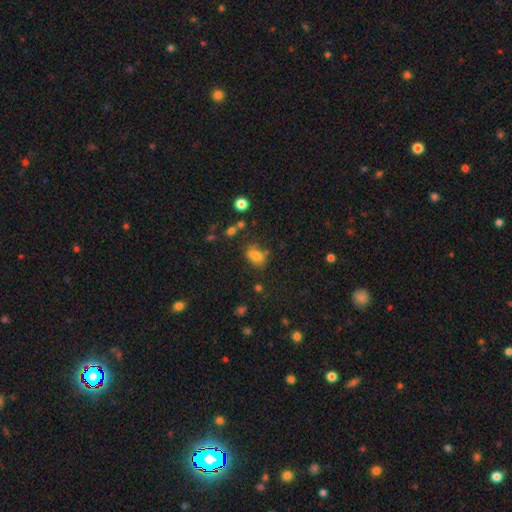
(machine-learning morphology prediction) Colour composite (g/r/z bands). It shows a smooth galaxy with no disk features (77%) that is in between round and cigar-shaped (78%). Merging: none (62%).